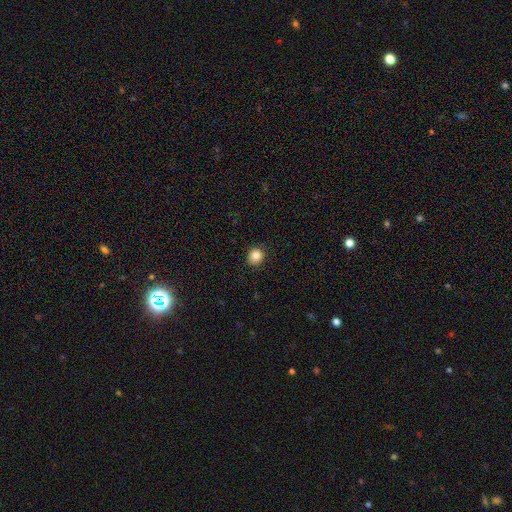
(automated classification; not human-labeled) Smooth or featured?
  - smooth: 85% *
  - star or artifact: 10%
  - featured or disk: 5%
How rounded?
  - round: 81% *
  - in between: 18%
  - cigar-shaped: 1%
Merging?
  - none: 89% *
  - minor disturbance: 8%
  - major disturbance: 2%
  - merger: 1%